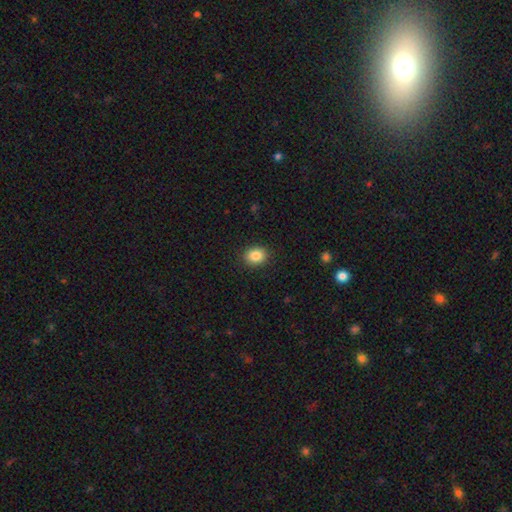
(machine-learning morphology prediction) type=smooth (86%); roundness=round (53%); merging=none (89%).